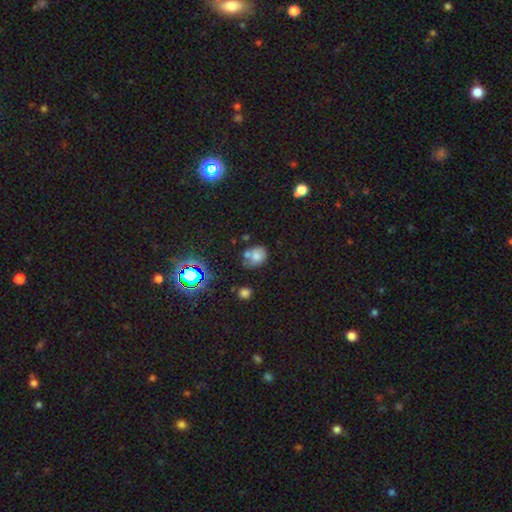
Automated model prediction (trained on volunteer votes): Overall: smooth (65%). How rounded: in between (52%; round 47%). Merging: none (44%; merger 25%).